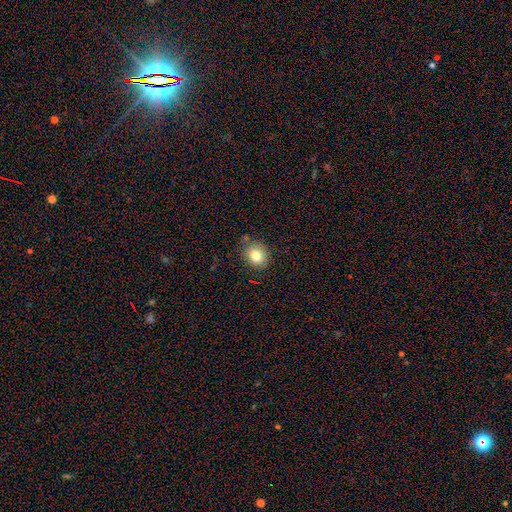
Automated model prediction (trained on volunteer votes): Smooth or featured? Predicted: smooth (p=0.80). How rounded? Predicted: round (p=0.67). Merging? Predicted: none (p=0.79).